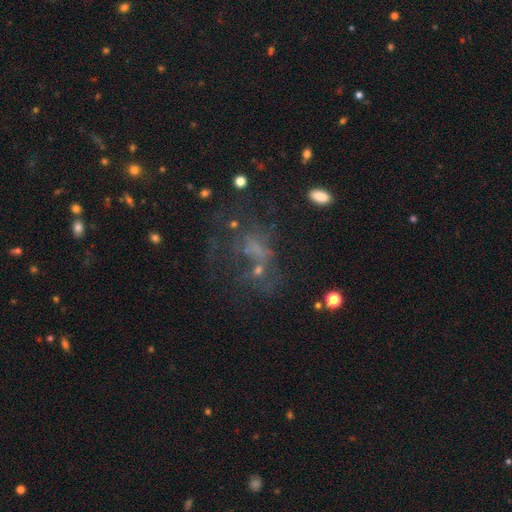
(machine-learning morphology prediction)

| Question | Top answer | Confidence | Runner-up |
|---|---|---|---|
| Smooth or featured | star or artifact | 39% | featured or disk (33%) |